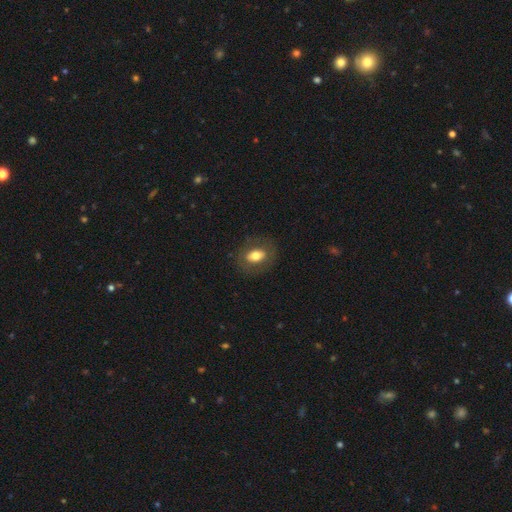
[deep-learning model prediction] A smooth galaxy with no disk features (66%) that is in between round and cigar-shaped (74%).

Vote fractions:
- Smooth or featured? smooth: 66% / featured or disk: 26% / star or artifact: 8%
- How rounded? in between: 74% / round: 24% / cigar-shaped: 2%
- Merging? none: 81% / minor disturbance: 12% / major disturbance: 6% / merger: 1%